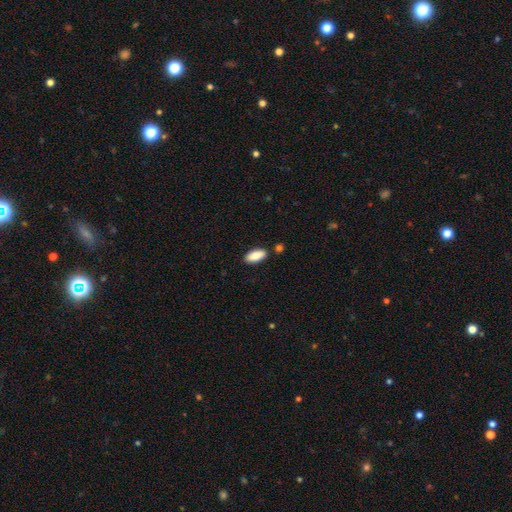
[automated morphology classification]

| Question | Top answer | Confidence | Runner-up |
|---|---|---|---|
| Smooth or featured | smooth | 83% | featured or disk (11%) |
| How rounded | in between | 85% | cigar-shaped (13%) |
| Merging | none | 85% | minor disturbance (9%) |